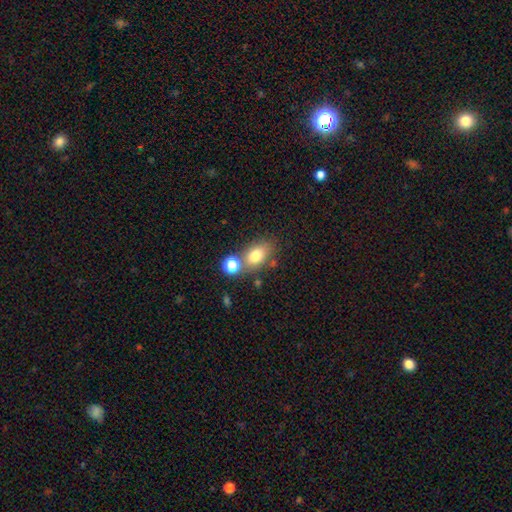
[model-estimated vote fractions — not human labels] smooth-or-featured: smooth: 76% | featured or disk: 13% | star or artifact: 10%
  how-rounded: in between: 77% | round: 20% | cigar-shaped: 3%
  merging: none: 61% | merger: 20% | minor disturbance: 14% | major disturbance: 5%